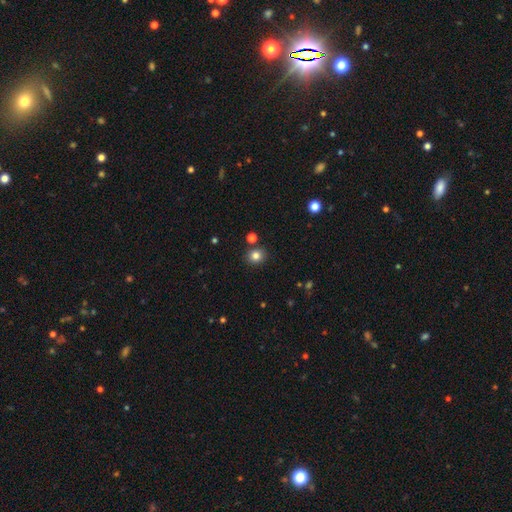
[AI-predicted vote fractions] Smooth or featured? Predicted: smooth (p=0.81). How rounded? Predicted: round (p=0.79). Merging? Predicted: none (p=0.85).